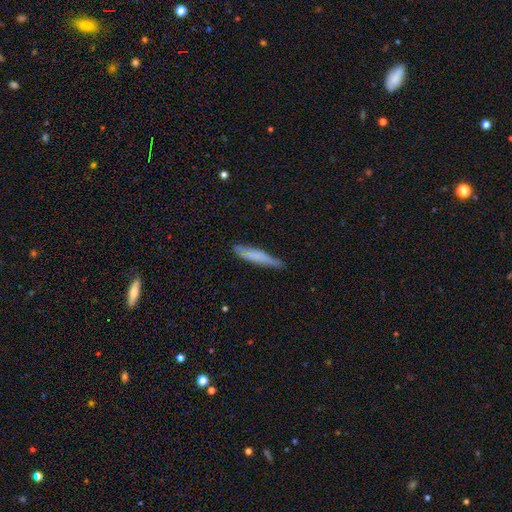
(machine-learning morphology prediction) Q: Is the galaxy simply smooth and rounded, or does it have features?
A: smooth — 63%.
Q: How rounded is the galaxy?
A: cigar-shaped — 89%.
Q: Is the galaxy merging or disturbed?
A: none — 76%.